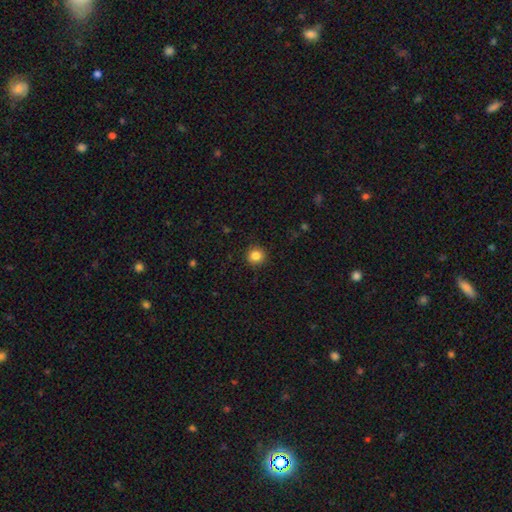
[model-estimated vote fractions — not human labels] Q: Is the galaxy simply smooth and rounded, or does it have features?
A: smooth — 85%.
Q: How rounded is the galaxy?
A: round — 94%.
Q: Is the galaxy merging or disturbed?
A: none — 92%.